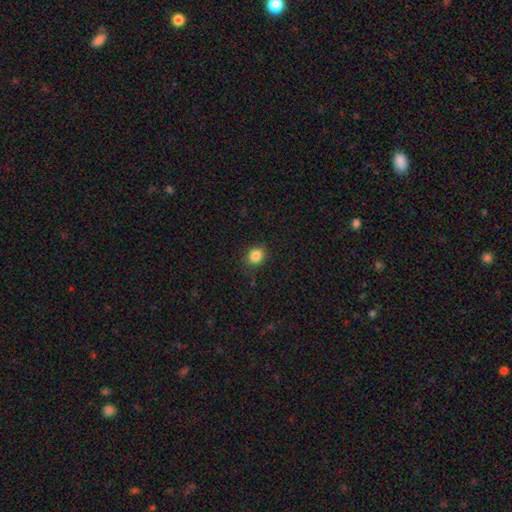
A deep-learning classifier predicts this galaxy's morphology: A smooth galaxy with no disk features (85%) that is round (64%).

Vote fractions:
- Smooth or featured? smooth: 85% / star or artifact: 10% / featured or disk: 5%
- How rounded? round: 64% / in between: 35% / cigar-shaped: 1%
- Merging? none: 84% / minor disturbance: 11% / major disturbance: 3% / merger: 1%